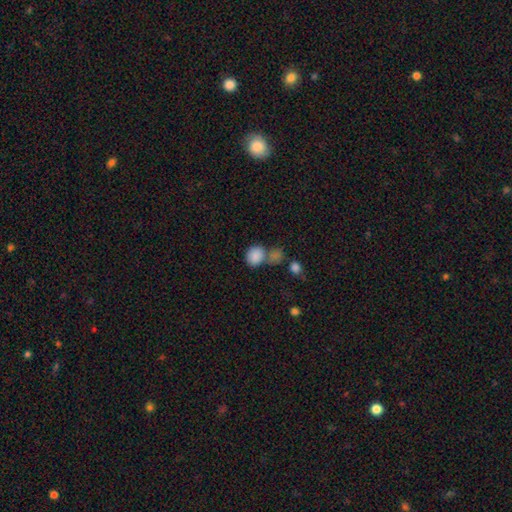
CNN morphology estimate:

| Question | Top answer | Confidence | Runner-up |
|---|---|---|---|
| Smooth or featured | smooth | 85% | star or artifact (9%) |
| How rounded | round | 59% | in between (40%) |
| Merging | merger | 41% | tied: none (41%) |